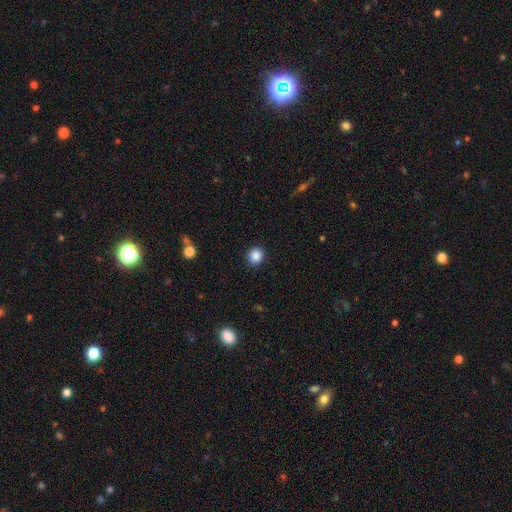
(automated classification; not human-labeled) smooth_or_featured: smooth (p=0.87) [alt: star or artifact p=0.10]
how_rounded: round (p=0.88) [alt: in between p=0.11]
merging: none (p=0.89) [alt: minor disturbance p=0.07]